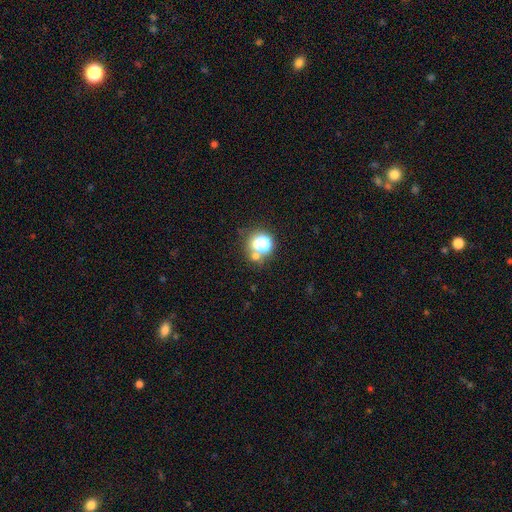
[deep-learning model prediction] Overall: star or artifact (57%; smooth 36%).